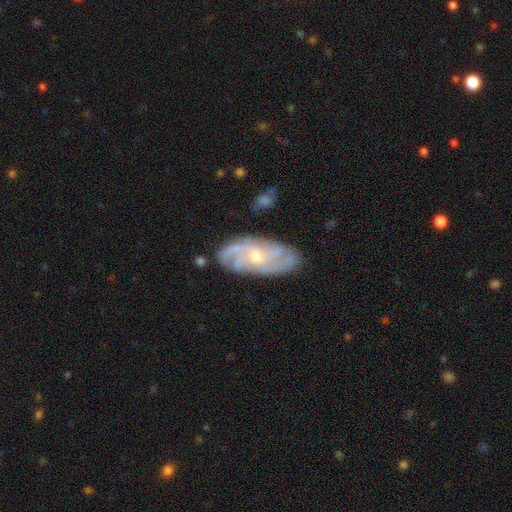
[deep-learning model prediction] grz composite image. It shows a featured or disk galaxy (82%) with no bar (67%), tight (48%) spiral arms (93%) and a small central bulge (60%). Merging: none (78%).